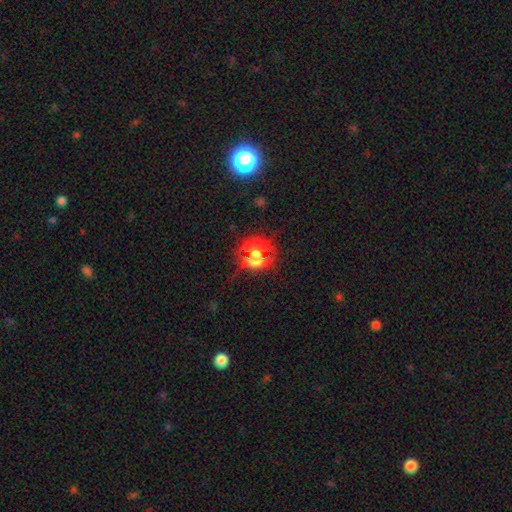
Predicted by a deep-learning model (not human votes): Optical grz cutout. It shows a smooth galaxy with no disk features (54%) that is round (89%). Merging: none (76%).